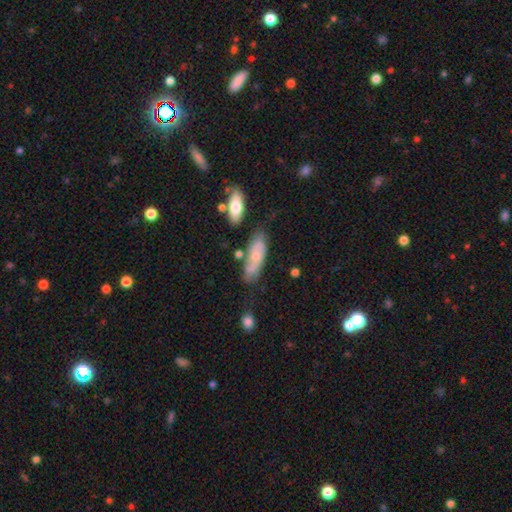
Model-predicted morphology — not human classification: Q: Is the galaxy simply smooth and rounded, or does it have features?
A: smooth — 52%.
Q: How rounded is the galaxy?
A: in between — 69%.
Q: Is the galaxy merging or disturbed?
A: none — 59%.